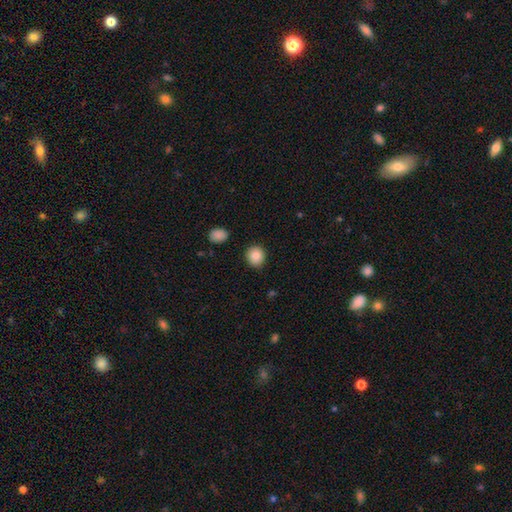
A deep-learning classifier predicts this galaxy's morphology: Smooth or featured? smooth (87%)
How rounded? round (84%)
Merging? none (89%)